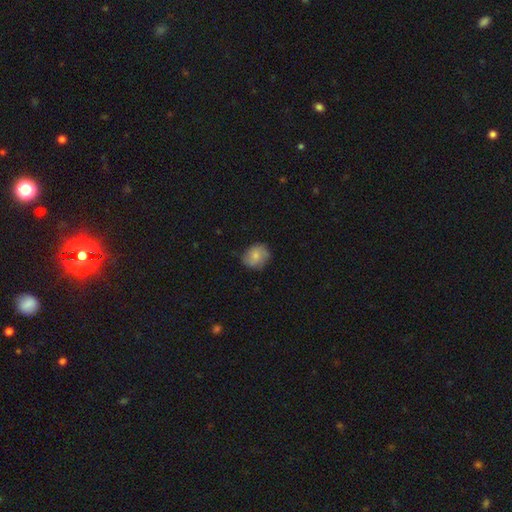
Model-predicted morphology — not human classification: type=smooth (79%); roundness=round (66%); merging=none (74%).